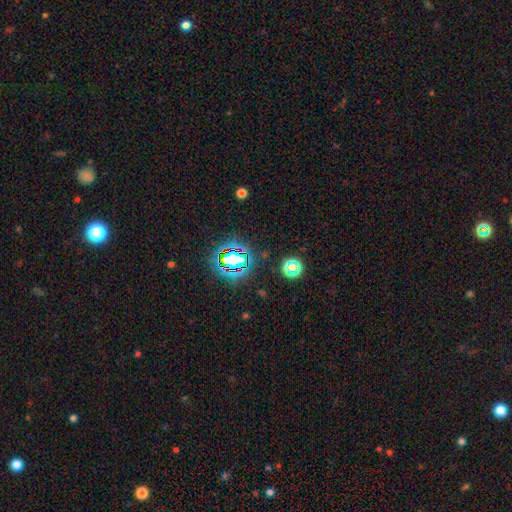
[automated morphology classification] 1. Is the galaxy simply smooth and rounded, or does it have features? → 74% star or artifact, 18% smooth, 8% featured or disk.